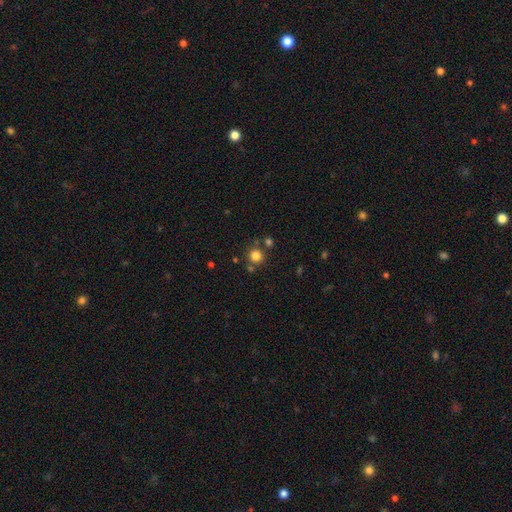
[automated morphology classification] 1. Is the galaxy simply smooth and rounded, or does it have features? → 81% smooth, 13% star or artifact, 6% featured or disk.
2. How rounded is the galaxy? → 93% round, 6% in between, 1% cigar-shaped.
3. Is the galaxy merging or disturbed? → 76% none, 12% merger, 8% minor disturbance, 3% major disturbance.